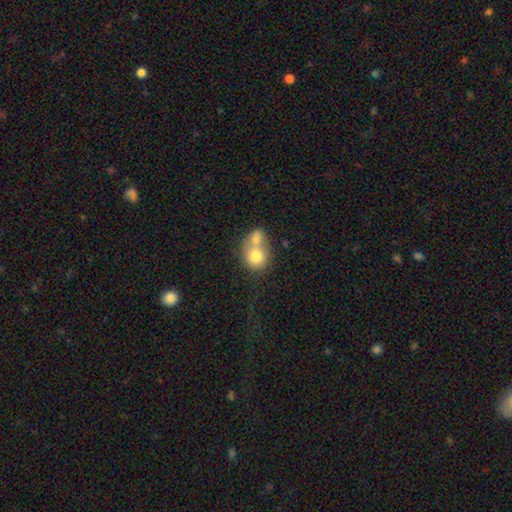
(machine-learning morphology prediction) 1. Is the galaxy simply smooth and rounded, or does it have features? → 73% smooth, 18% featured or disk, 9% star or artifact.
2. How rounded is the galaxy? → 72% round, 27% in between, 1% cigar-shaped.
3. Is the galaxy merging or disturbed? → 68% merger, 21% none, 7% minor disturbance, 4% major disturbance.